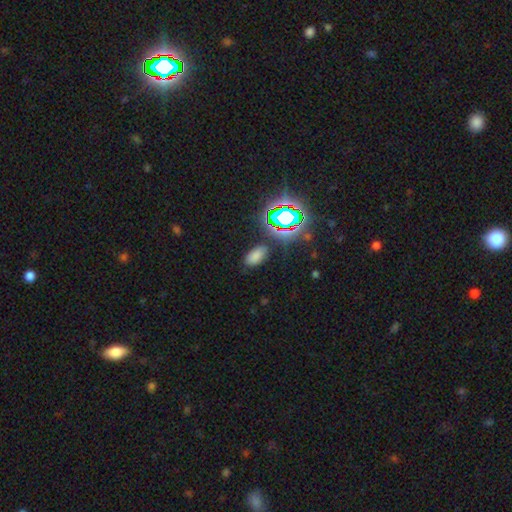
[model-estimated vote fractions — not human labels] Overall: smooth (68%). How rounded: in between (92%). Merging: none (83%).